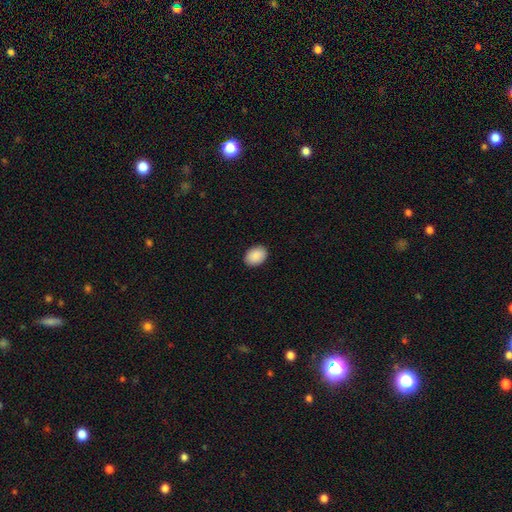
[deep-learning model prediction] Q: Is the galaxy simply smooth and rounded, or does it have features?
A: smooth — 90%.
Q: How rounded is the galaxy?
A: in between — 79%.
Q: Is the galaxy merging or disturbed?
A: none — 90%.